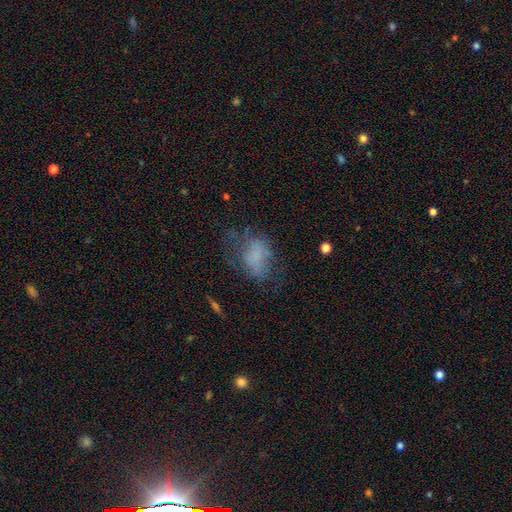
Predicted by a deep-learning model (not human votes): A smooth galaxy with no disk features (55%) that is in between round and cigar-shaped (77%).

Vote fractions:
- Smooth or featured? smooth: 55% / featured or disk: 30% / star or artifact: 14%
- How rounded? in between: 77% / round: 21% / cigar-shaped: 2%
- Merging? none: 40% / major disturbance: 31% / minor disturbance: 26% / merger: 3%